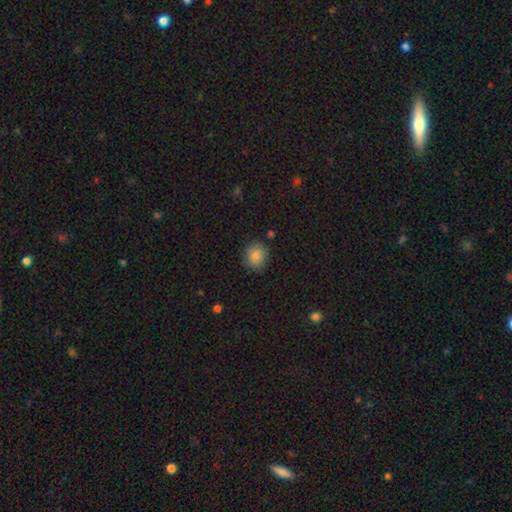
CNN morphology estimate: This is clearly a smooth galaxy (85%). How rounded: likely round (75%). Merging: clearly none (84%).